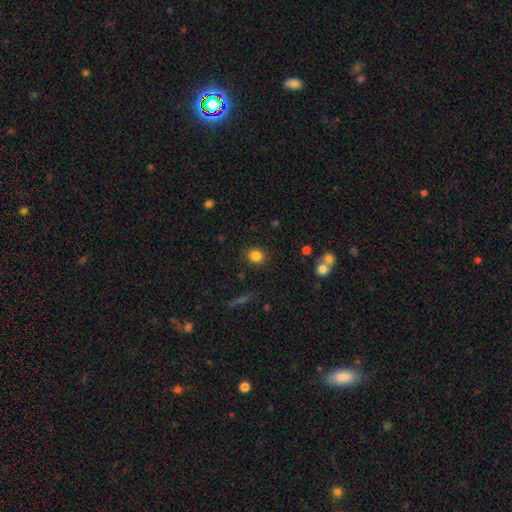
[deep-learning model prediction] Q: Smooth or featured?
A: smooth (83%); runner-up: star or artifact (11%)
Q: How rounded?
A: round (79%); runner-up: in between (20%)
Q: Merging?
A: none (87%); runner-up: minor disturbance (9%)